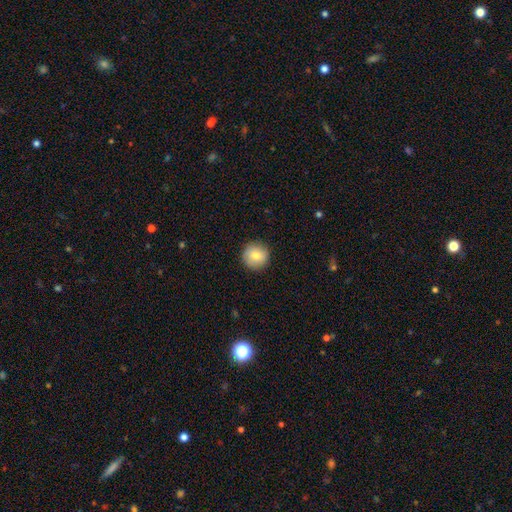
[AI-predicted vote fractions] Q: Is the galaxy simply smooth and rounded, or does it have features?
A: smooth — 78%.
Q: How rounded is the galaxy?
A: round — 95%.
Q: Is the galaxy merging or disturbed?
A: none — 90%.